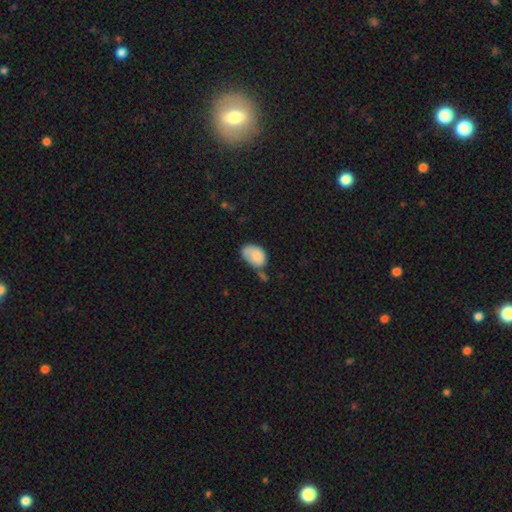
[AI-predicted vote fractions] A smooth galaxy with no disk features (80%) that is in between round and cigar-shaped (84%). Merging: none (37%).